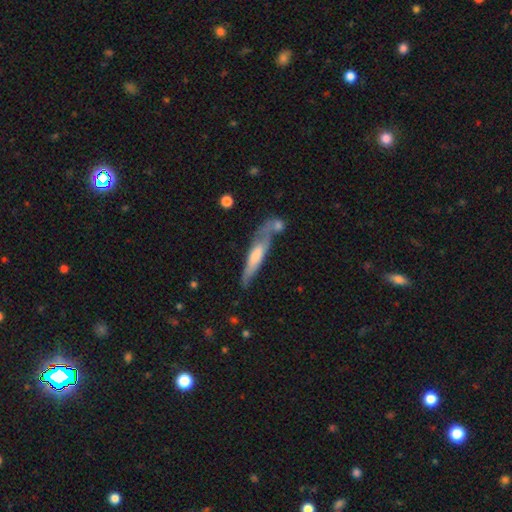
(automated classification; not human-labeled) A smooth galaxy with no disk features (48%). Merging: none (43%).